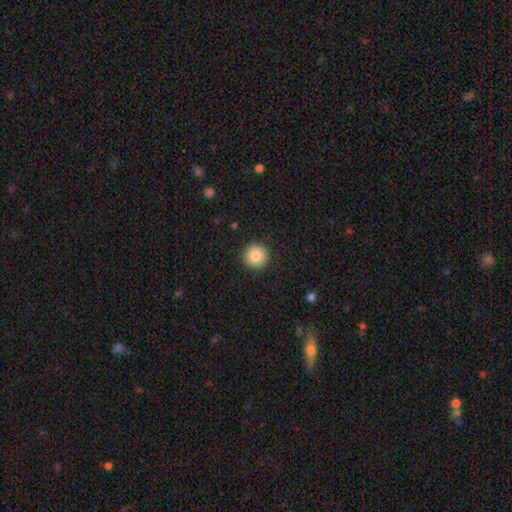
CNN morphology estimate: Smooth or featured? Predicted: smooth (p=0.85). How rounded? Predicted: round (p=0.96). Merging? Predicted: none (p=0.92).